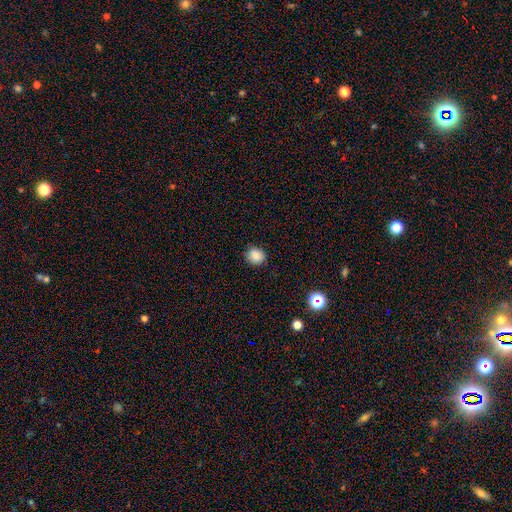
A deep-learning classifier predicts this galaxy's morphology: Smooth or featured? Predicted: smooth (p=0.86). How rounded? Predicted: round (p=0.79). Merging? Predicted: none (p=0.87).